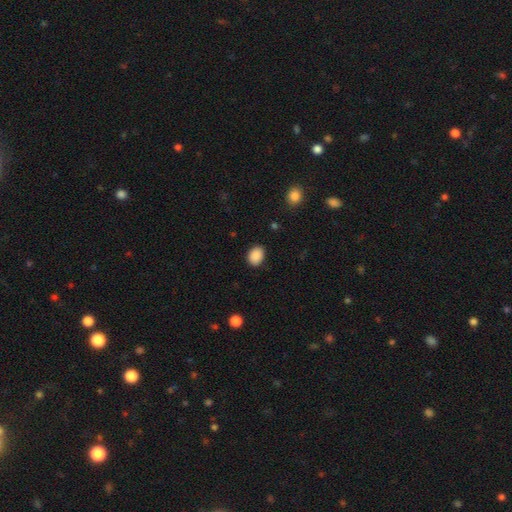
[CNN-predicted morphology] Smooth or featured? Predicted: smooth (p=0.89). How rounded? Predicted: in between (p=0.66). Merging? Predicted: none (p=0.87).